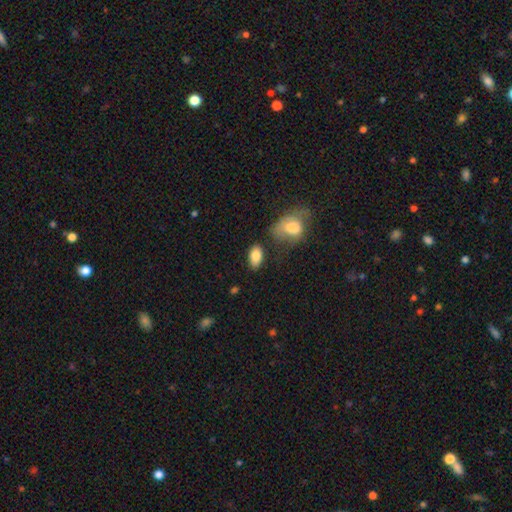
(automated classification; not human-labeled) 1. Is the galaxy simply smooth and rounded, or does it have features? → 84% smooth, 9% featured or disk, 7% star or artifact.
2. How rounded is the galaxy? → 92% in between, 6% round, 3% cigar-shaped.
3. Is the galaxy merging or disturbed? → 72% none, 15% minor disturbance, 8% merger, 5% major disturbance.